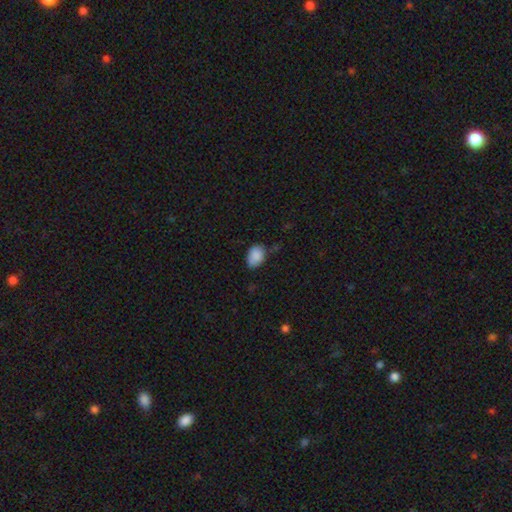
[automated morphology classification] Smooth or featured?
  - smooth: 88% *
  - star or artifact: 8%
  - featured or disk: 4%
How rounded?
  - in between: 80% *
  - round: 19%
  - cigar-shaped: 1%
Merging?
  - none: 65% *
  - minor disturbance: 28%
  - major disturbance: 5%
  - merger: 2%